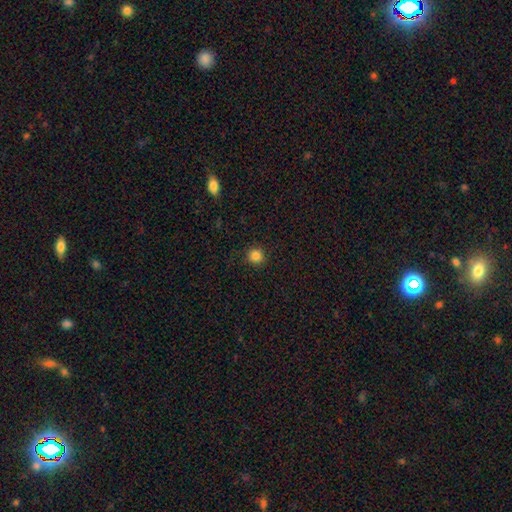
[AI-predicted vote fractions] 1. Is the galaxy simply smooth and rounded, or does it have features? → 85% smooth, 12% star or artifact, 4% featured or disk.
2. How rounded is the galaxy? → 94% round, 5% in between, 1% cigar-shaped.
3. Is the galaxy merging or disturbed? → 91% none, 6% minor disturbance, 2% major disturbance, 1% merger.